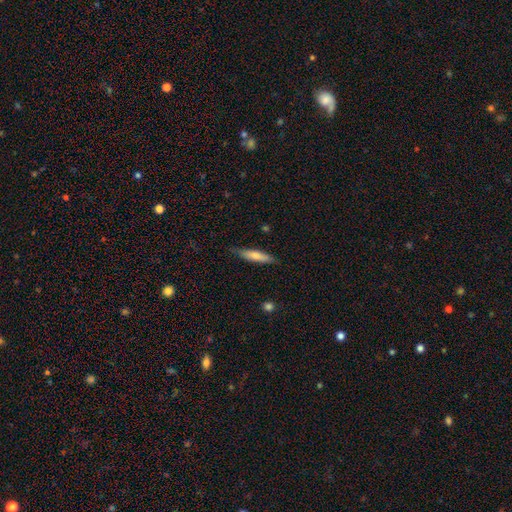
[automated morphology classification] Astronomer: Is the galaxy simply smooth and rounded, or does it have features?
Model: smooth — 71%.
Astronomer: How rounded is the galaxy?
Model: cigar-shaped — 81%.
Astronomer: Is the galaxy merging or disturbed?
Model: none — 82%.